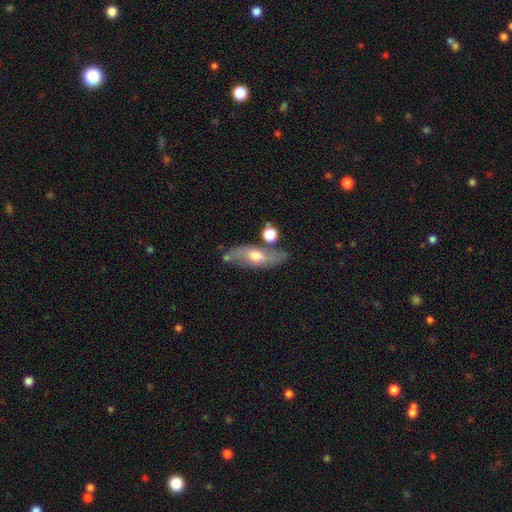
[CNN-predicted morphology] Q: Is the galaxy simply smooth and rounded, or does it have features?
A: featured or disk — 47%.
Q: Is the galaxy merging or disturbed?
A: none — 66%.